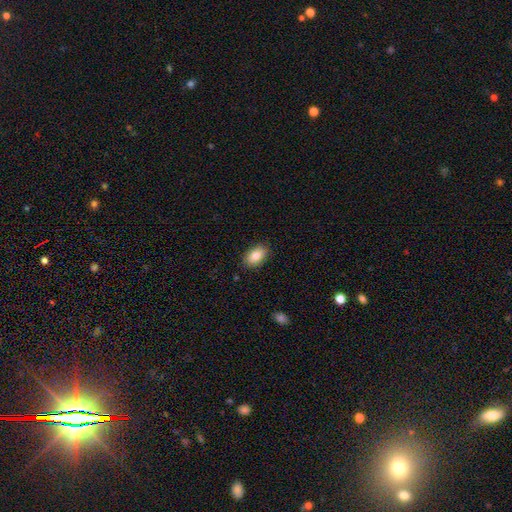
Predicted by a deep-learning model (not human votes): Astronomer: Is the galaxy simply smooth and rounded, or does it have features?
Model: smooth — 84%.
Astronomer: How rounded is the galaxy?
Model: in between — 91%.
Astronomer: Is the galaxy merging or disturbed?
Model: none — 87%.